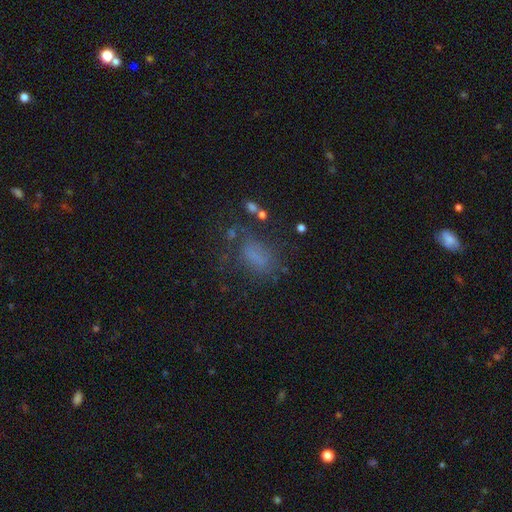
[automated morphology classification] smooth_or_featured: smooth (p=0.58) [alt: star or artifact p=0.22]
how_rounded: in between (p=0.79) [alt: round p=0.12]
merging: none (p=0.48) [alt: major disturbance p=0.25]